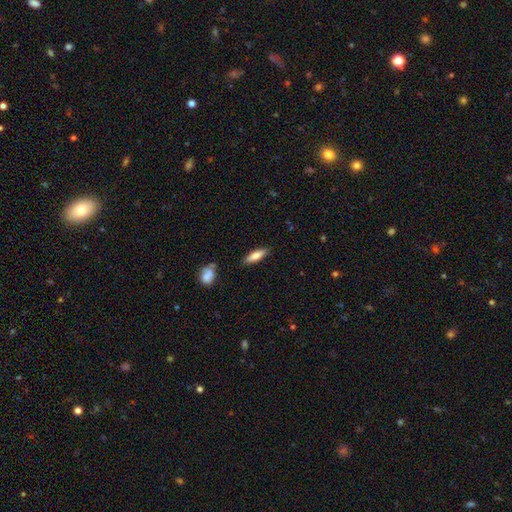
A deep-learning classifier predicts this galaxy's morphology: The model was most divided on "how rounded": cigar-shaped: 55%, in between: 43%, round: 2%. More confident: merging — none (84%); smooth or featured — smooth (78%).